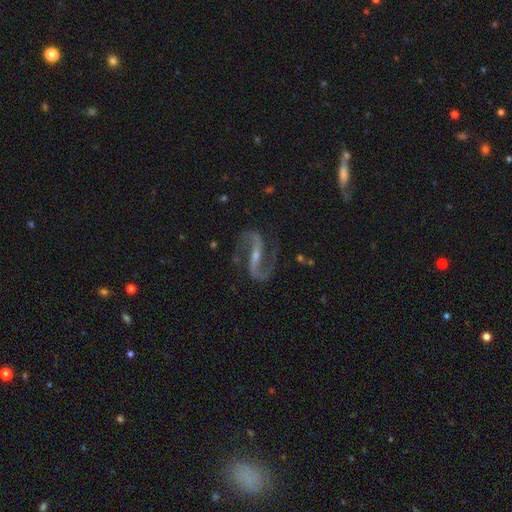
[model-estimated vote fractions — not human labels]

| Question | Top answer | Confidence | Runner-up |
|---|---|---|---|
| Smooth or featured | featured or disk | 93% | star or artifact (5%) |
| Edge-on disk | no | 96% | yes (4%) |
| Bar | strong | 58% | weak (27%) |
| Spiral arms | yes | 98% | no (2%) |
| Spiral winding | medium | 49% | loose (40%) |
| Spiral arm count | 2 | 94% | 1 (1%) |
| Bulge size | small | 65% | moderate (28%) |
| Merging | none | 79% | minor disturbance (12%) |